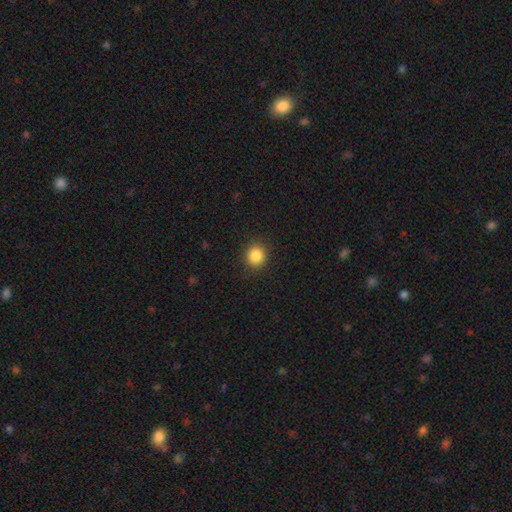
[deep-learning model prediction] Q: Smooth or featured?
A: smooth (85%); runner-up: star or artifact (11%)
Q: How rounded?
A: round (89%); runner-up: in between (10%)
Q: Merging?
A: none (91%); runner-up: minor disturbance (6%)